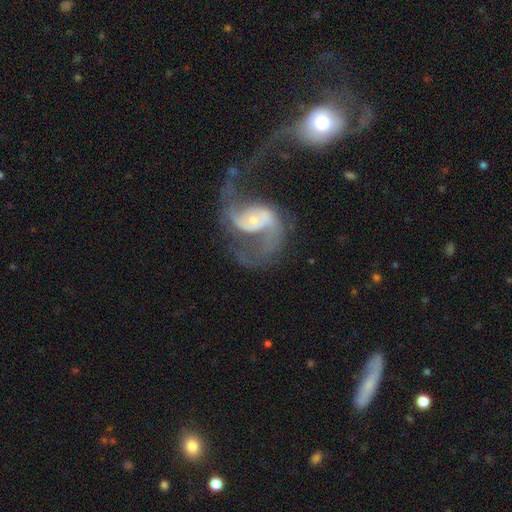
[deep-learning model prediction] This is clearly a featured or disk galaxy (87%). It is clearly not viewed edge-on (98%). Bar: marginally no (43%). Spiral arm pattern: clearly yes (95%). Spiral arm count: clearly 2 (86%). Spiral winding: possibly loose (49%). Central bulge: possibly small (57%). Merging: marginally none (35%).